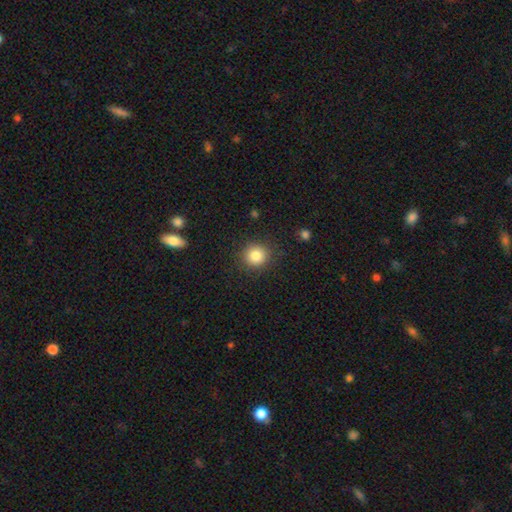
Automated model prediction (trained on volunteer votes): Q: Smooth or featured?
A: smooth (83%); runner-up: star or artifact (11%)
Q: How rounded?
A: round (90%); runner-up: in between (9%)
Q: Merging?
A: none (88%); runner-up: minor disturbance (8%)